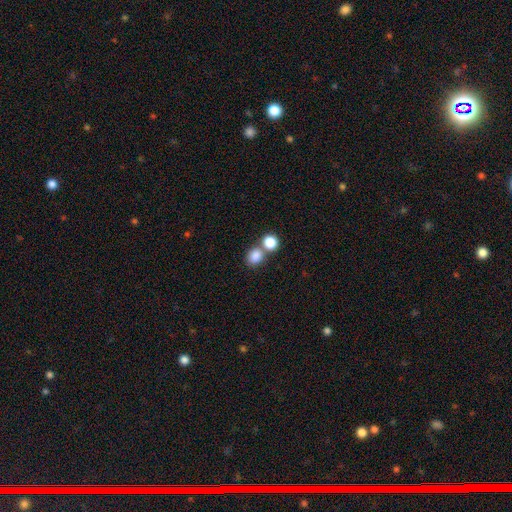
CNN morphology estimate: A smooth galaxy with no disk features (84%) that is round (70%).

Vote fractions:
- Smooth or featured? smooth: 84% / star or artifact: 10% / featured or disk: 6%
- How rounded? round: 70% / in between: 29% / cigar-shaped: 1%
- Merging? none: 50% / merger: 39% / minor disturbance: 8% / major disturbance: 3%